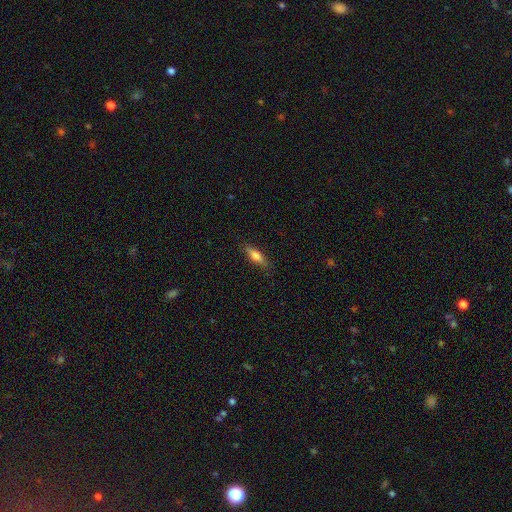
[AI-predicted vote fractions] smooth 70%, featured or disk 23%, star or artifact 7%. Down the decision tree: how rounded — cigar-shaped (54%); merging — none (84%).